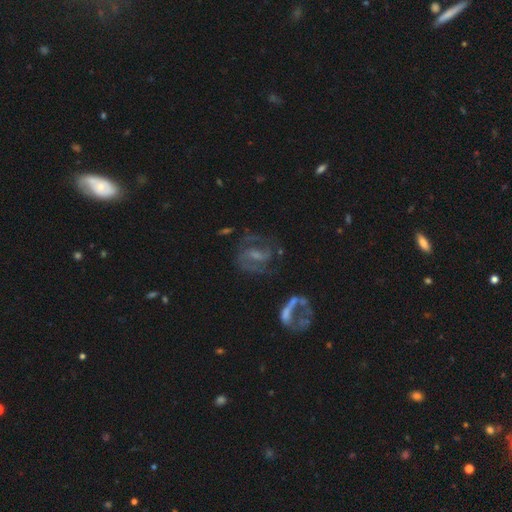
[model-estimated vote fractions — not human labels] This is likely a featured or disk galaxy (78%). It is clearly not viewed edge-on (96%). Bar: possibly weak (48%). Spiral arm pattern: clearly yes (87%). Spiral arm count: likely 2 (75%). Spiral winding: possibly medium (50%). Central bulge: marginally small (43%). Merging: possibly none (58%).